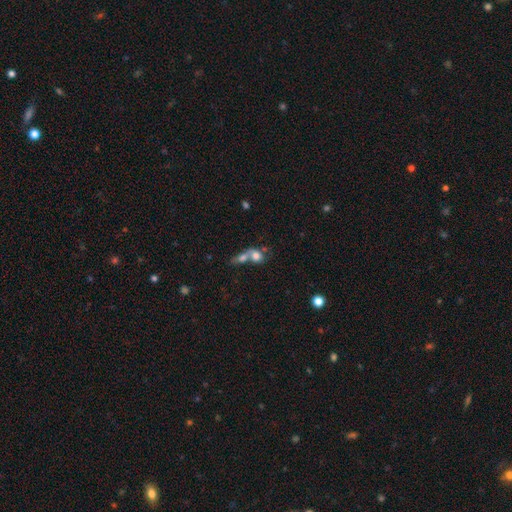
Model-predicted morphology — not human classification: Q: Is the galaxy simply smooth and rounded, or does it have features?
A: smooth — 70%.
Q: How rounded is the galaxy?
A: round — 50%.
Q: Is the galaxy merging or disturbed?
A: merger — 72%.